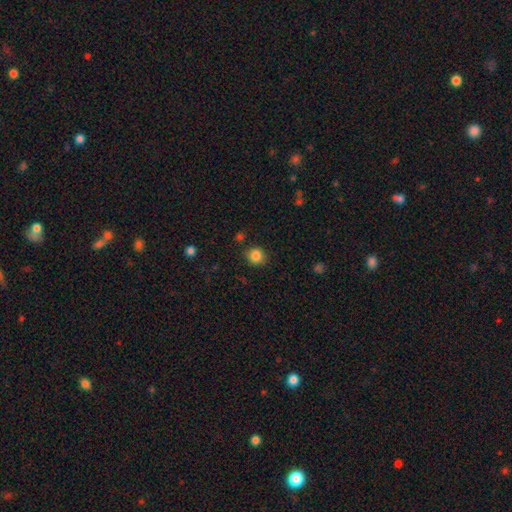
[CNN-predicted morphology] This appears to be a smooth galaxy with no disk features (85%) that is round (87%). Merging: none (86%).